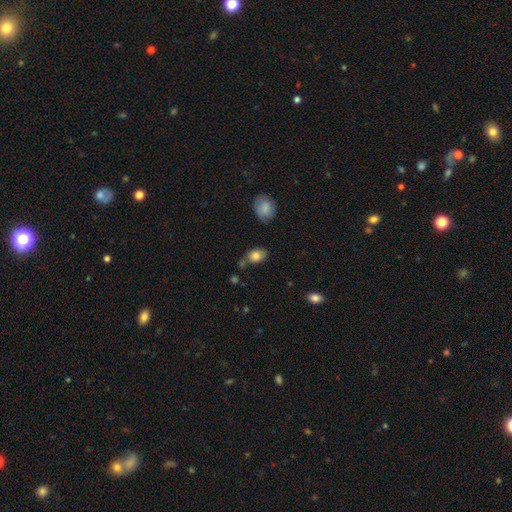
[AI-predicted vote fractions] Q: Smooth or featured?
A: smooth (82%); runner-up: featured or disk (9%)
Q: How rounded?
A: in between (81%); runner-up: round (18%)
Q: Merging?
A: none (62%); runner-up: minor disturbance (23%)